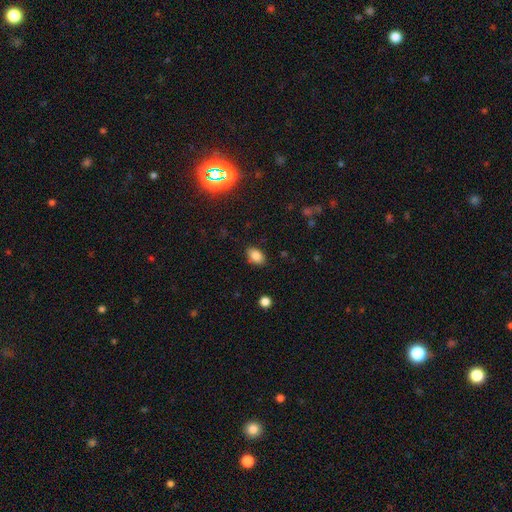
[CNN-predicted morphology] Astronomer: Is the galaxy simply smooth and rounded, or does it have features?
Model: smooth — 84%.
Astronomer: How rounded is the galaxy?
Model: in between — 86%.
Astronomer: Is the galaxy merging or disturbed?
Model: none — 85%.